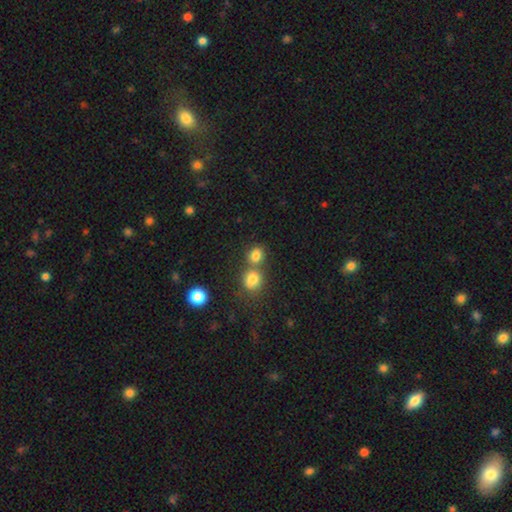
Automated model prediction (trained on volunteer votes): Overall: smooth (79%). How rounded: round (70%). Merging: none (53%; merger 35%).